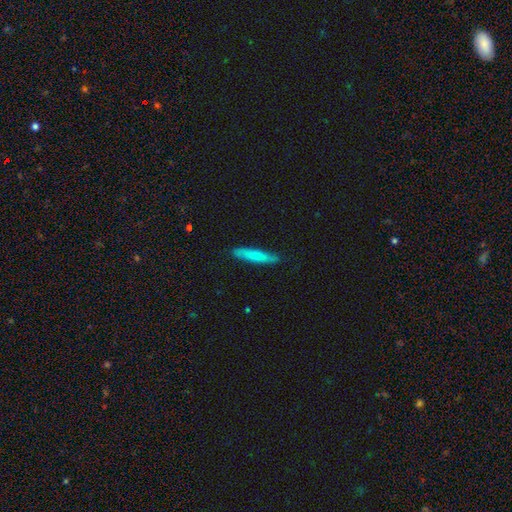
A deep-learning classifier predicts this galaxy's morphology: A smooth galaxy with no disk features (72%) that is cigar-shaped (91%). Merging: none (87%).